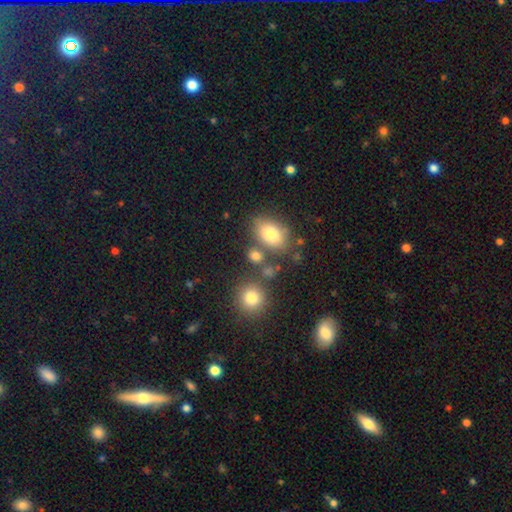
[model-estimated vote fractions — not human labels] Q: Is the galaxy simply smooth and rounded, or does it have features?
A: smooth — 77%.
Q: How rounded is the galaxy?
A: in between — 62%.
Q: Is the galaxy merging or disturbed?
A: none — 64%.